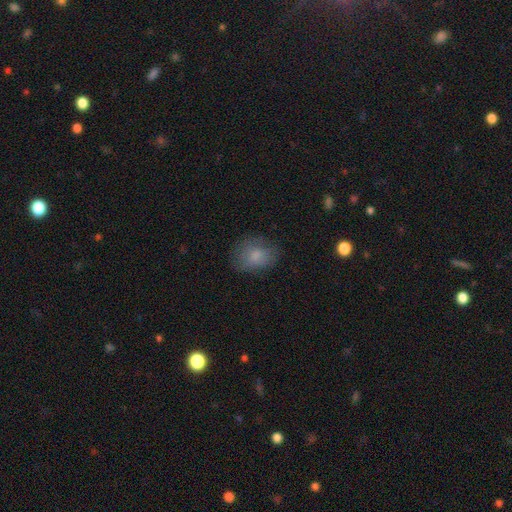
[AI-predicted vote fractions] smooth-or-featured: smooth: 79% | featured or disk: 13% | star or artifact: 9%
  how-rounded: in between: 61% | round: 38% | cigar-shaped: 1%
  merging: none: 71% | minor disturbance: 20% | major disturbance: 8% | merger: 1%